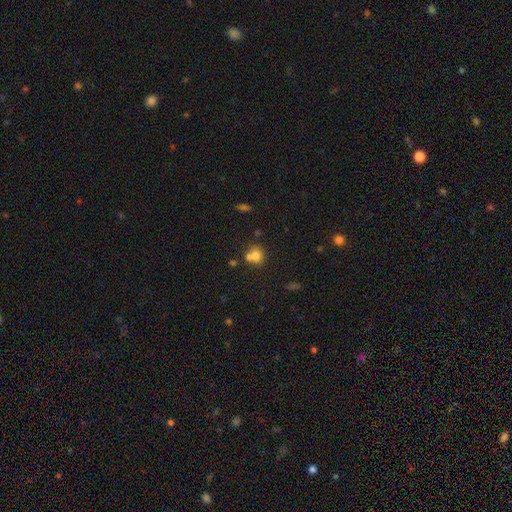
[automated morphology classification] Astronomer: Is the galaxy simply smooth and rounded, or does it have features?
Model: smooth — 71%.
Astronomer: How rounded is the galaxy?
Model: round — 83%.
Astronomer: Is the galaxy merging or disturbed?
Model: none — 46% (runner-up: merger, 42%).